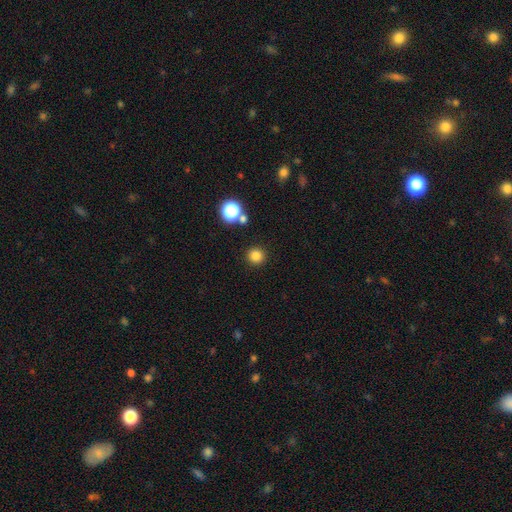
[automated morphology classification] Smooth or featured: smooth — 81% (star or artifact — 14%)
How rounded: round — 95% (in between — 4%)
Merging: none — 89% (minor disturbance — 6%)